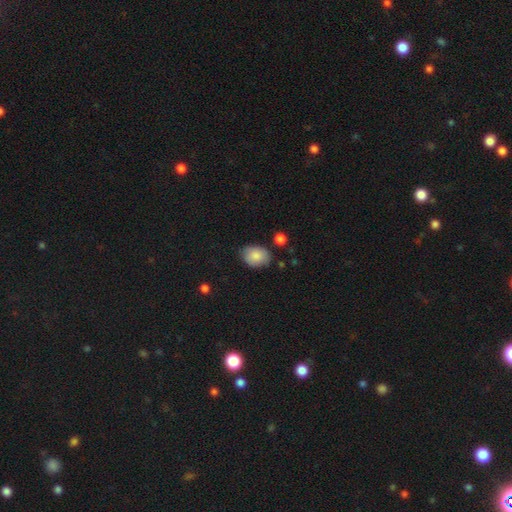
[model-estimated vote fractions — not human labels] Morphology: type=smooth (85%); roundness=in between (72%); merging=none (76%).